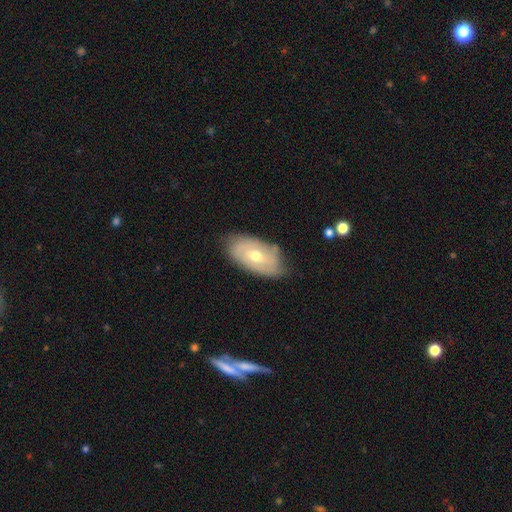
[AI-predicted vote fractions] Overall: featured or disk (55%; smooth 39%). Edge-on disk: no (90%). Merging: none (72%).